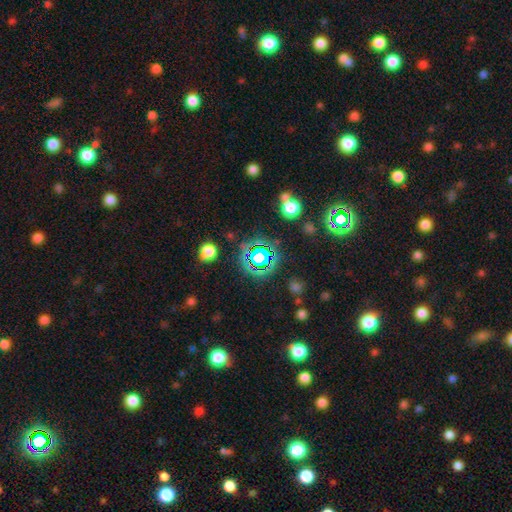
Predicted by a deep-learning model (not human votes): This appears to be a star or artifact, not a galaxy (68%).